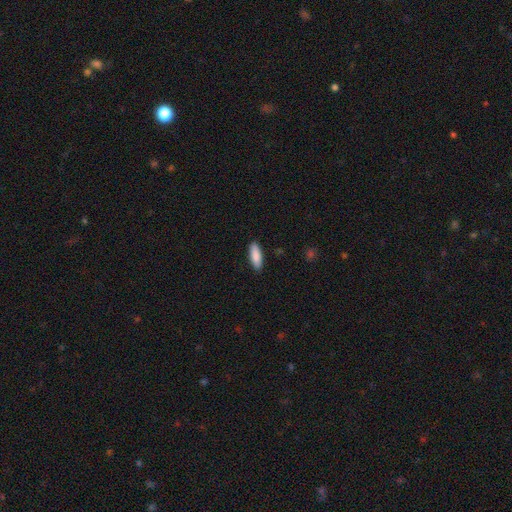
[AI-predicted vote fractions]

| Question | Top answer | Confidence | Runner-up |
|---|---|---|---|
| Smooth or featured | smooth | 89% | featured or disk (6%) |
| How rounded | in between | 59% | cigar-shaped (39%) |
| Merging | none | 89% | minor disturbance (8%) |